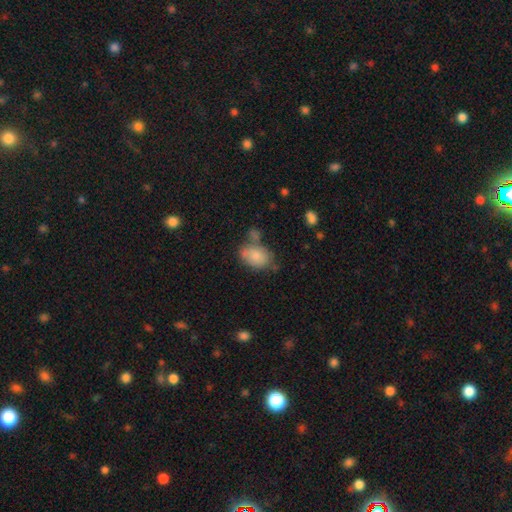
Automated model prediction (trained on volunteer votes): Smooth or featured: smooth — 80% (featured or disk — 13%)
How rounded: in between — 79% (round — 19%)
Merging: none — 47% (minor disturbance — 24%)